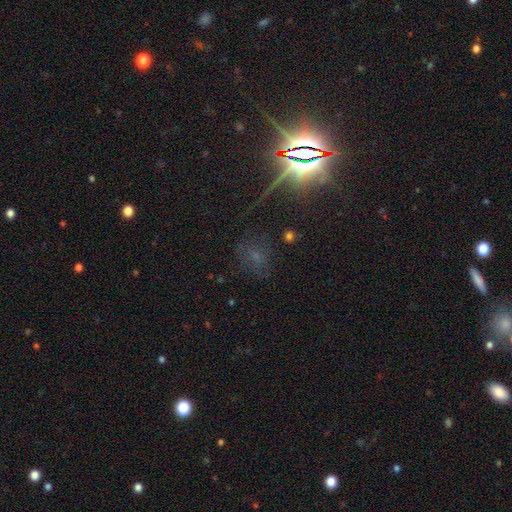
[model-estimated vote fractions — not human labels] Morphology: type=star or artifact (47%).